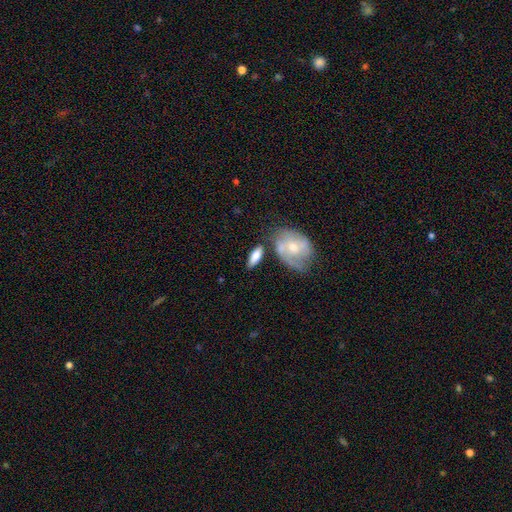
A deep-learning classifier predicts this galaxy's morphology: A smooth galaxy with no disk features (69%) that is in between round and cigar-shaped (68%). Merging: none (65%).